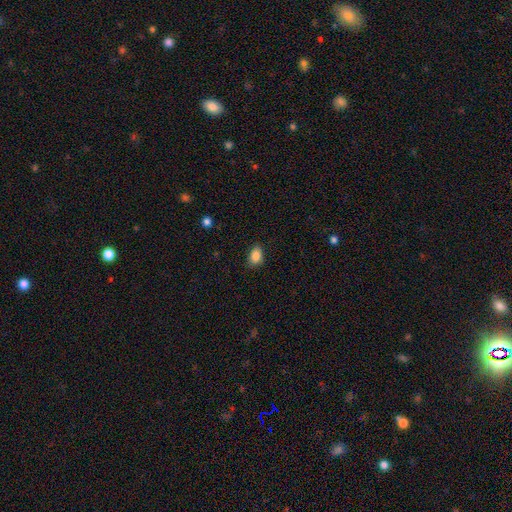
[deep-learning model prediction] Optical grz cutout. It shows a smooth galaxy with no disk features (87%) that is in between round and cigar-shaped (81%). Merging: none (81%).